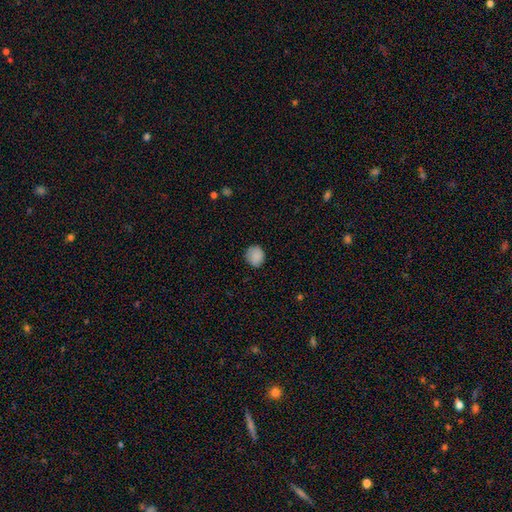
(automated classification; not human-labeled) Smooth or featured? Predicted: smooth (p=0.88). How rounded? Predicted: round (p=0.79). Merging? Predicted: none (p=0.82).